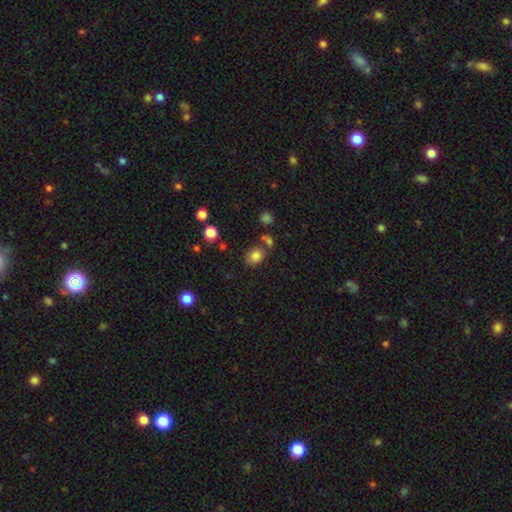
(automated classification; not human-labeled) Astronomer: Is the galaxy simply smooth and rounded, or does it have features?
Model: smooth — 81%.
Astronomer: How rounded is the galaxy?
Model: in between — 51% (runner-up: round, 48%).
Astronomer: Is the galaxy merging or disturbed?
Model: none — 66%.